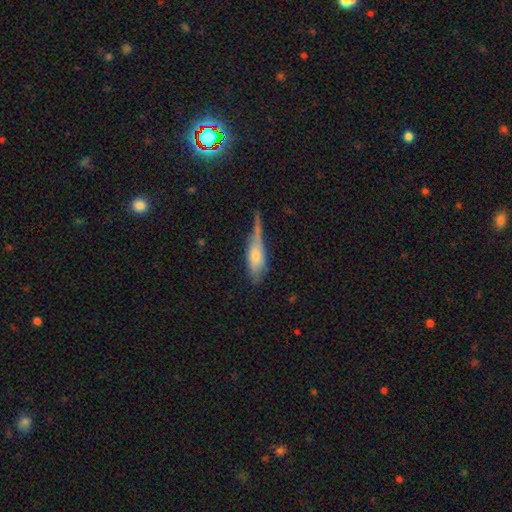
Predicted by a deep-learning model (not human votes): smooth-or-featured: smooth: 64% | featured or disk: 29% | star or artifact: 7%
  how-rounded: in between: 52% | cigar-shaped: 46% | round: 3%
  merging: none: 38% | minor disturbance: 34% | major disturbance: 18% | merger: 10%